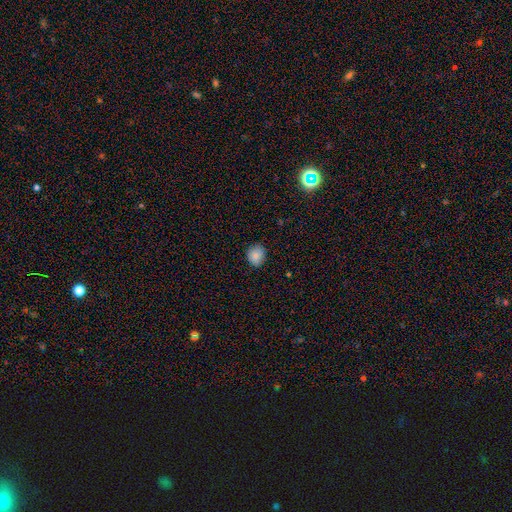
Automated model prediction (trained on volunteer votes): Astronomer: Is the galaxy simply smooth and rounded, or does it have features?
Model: smooth — 85%.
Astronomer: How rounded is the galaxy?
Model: round — 74%.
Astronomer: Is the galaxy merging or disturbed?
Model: none — 85%.